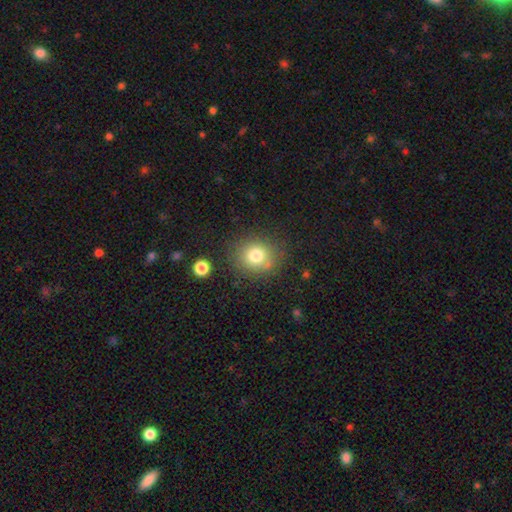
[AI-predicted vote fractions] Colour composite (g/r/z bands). It shows a smooth galaxy with no disk features (78%) that is round (79%). Merging: none (77%).